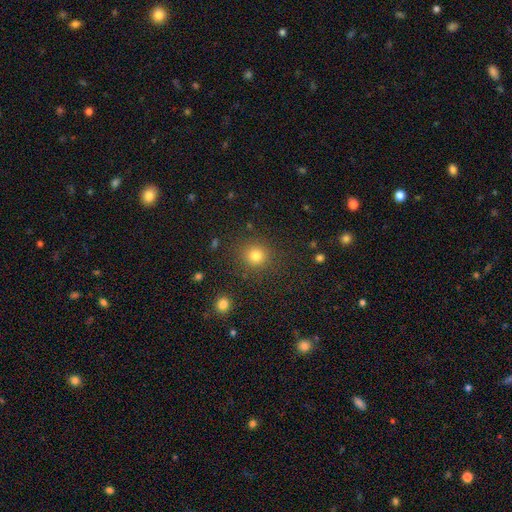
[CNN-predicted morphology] The model was most divided on "smooth or featured": smooth: 80%, star or artifact: 14%, featured or disk: 6%. More confident: how rounded — round (92%); merging — none (87%).